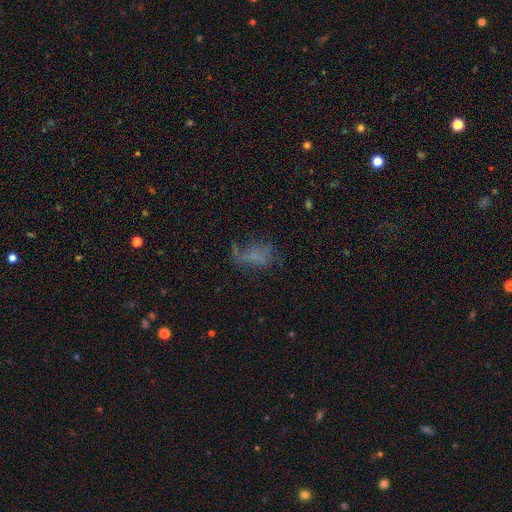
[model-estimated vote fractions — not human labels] A smooth galaxy with no disk features (47%).

Vote fractions:
- Smooth or featured? smooth: 47% / featured or disk: 33% / star or artifact: 20%
- Merging? major disturbance: 39% / none: 35% / minor disturbance: 22% / merger: 5%